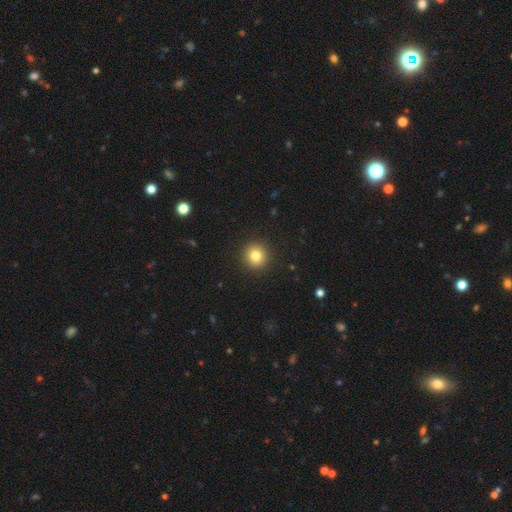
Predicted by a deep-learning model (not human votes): The model was most divided on "smooth or featured": smooth: 82%, star or artifact: 11%, featured or disk: 7%. More confident: how rounded — round (94%); merging — none (92%).